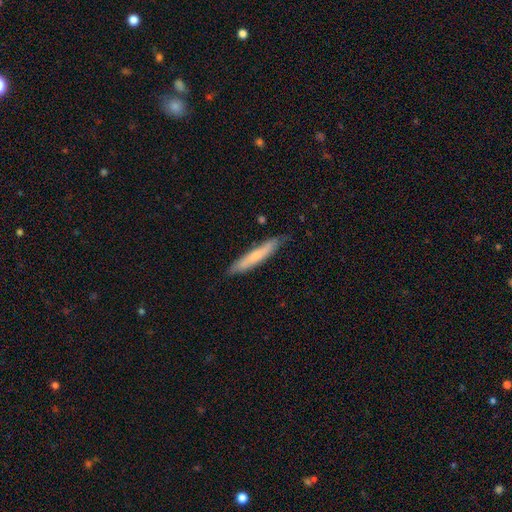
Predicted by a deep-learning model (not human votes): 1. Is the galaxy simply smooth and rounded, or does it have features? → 63% smooth, 32% featured or disk, 6% star or artifact.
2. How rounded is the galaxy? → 93% cigar-shaped, 5% in between, 1% round.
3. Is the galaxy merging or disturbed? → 83% none, 14% minor disturbance, 2% major disturbance, 2% merger.